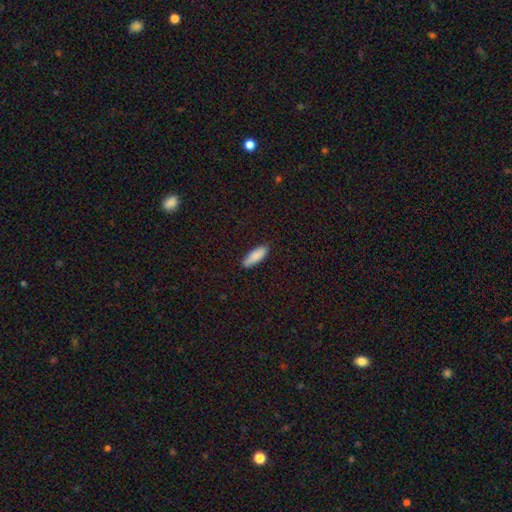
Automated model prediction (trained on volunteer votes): Q: Smooth or featured?
A: smooth (86%); runner-up: featured or disk (8%)
Q: How rounded?
A: in between (58%); runner-up: cigar-shaped (40%)
Q: Merging?
A: none (84%); runner-up: minor disturbance (12%)